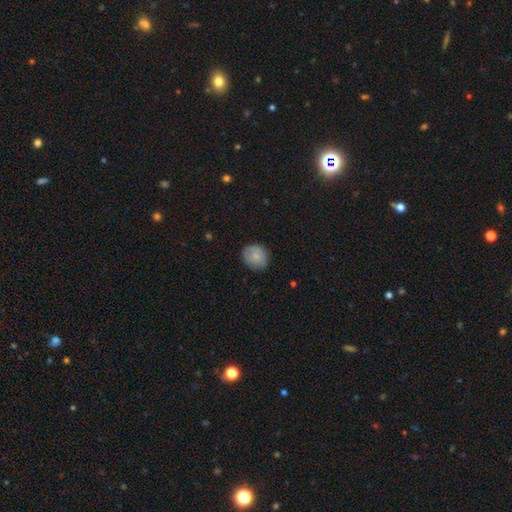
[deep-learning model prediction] smooth 79%, featured or disk 14%, star or artifact 7%. Down the decision tree: how rounded — round (78%); merging — none (81%).